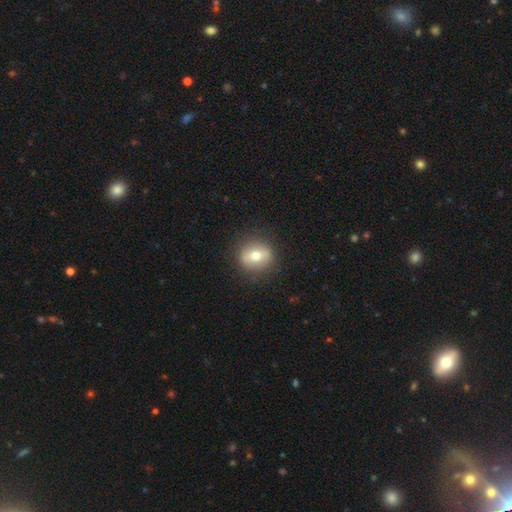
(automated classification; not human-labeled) Smooth or featured?
  - smooth: 59% *
  - featured or disk: 32%
  - star or artifact: 9%
How rounded?
  - round: 77% *
  - in between: 21%
  - cigar-shaped: 2%
Merging?
  - none: 87% *
  - minor disturbance: 9%
  - major disturbance: 3%
  - merger: 1%